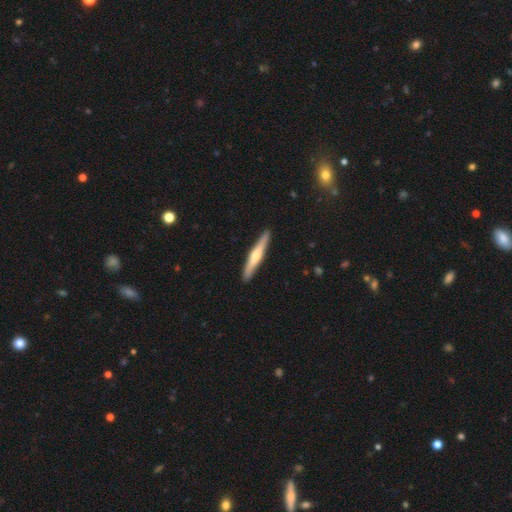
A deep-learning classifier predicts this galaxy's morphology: This is possibly a featured or disk galaxy (54%). It is clearly viewed edge-on (96%). Edge-on bulge: clearly rounded (83%). Merging: clearly none (92%).